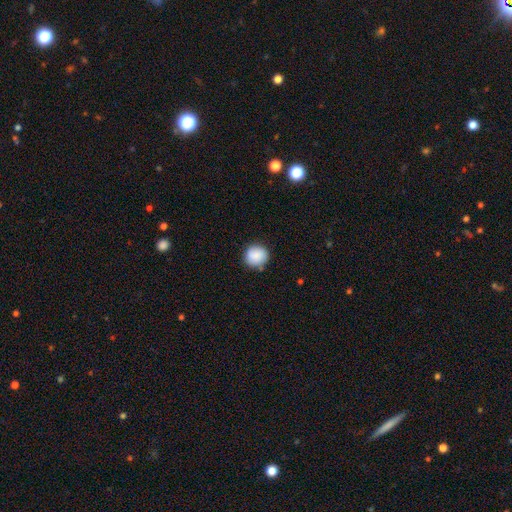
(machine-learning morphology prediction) Smooth or featured? smooth (86%)
How rounded? round (90%)
Merging? none (83%)